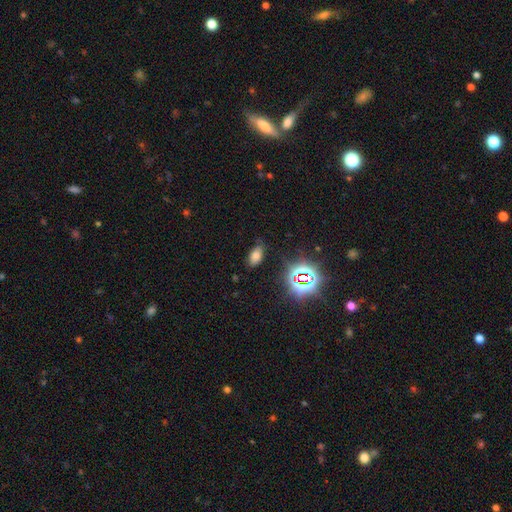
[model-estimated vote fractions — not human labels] This is likely a smooth galaxy (65%). How rounded: clearly in between (91%). Merging: likely none (78%).